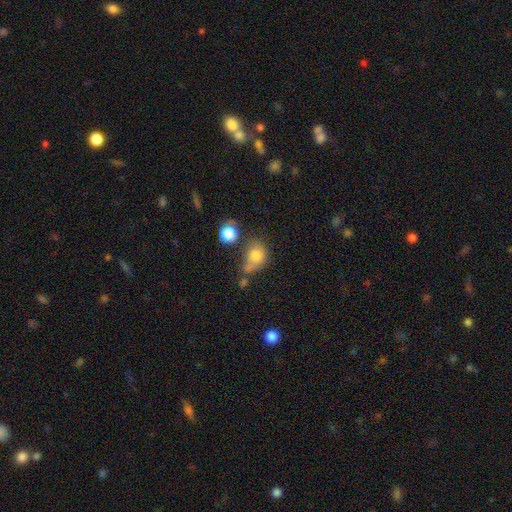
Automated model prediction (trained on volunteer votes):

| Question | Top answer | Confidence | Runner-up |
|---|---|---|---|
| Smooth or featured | smooth | 77% | featured or disk (13%) |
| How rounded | in between | 51% | round (47%) |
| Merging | none | 34% | merger (30%) |